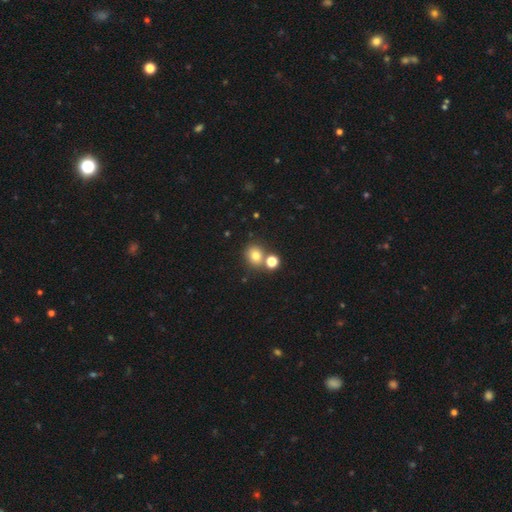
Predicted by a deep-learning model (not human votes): smooth-or-featured: smooth: 77% | star or artifact: 15% | featured or disk: 8%
  how-rounded: round: 74% | in between: 25% | cigar-shaped: 1%
  merging: none: 64% | merger: 24% | minor disturbance: 9% | major disturbance: 3%